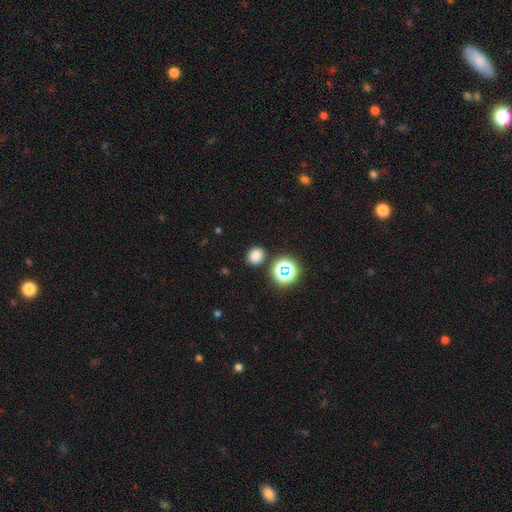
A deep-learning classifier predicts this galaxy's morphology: This is likely a smooth galaxy (77%). How rounded: likely round (66%). Merging: clearly none (84%).